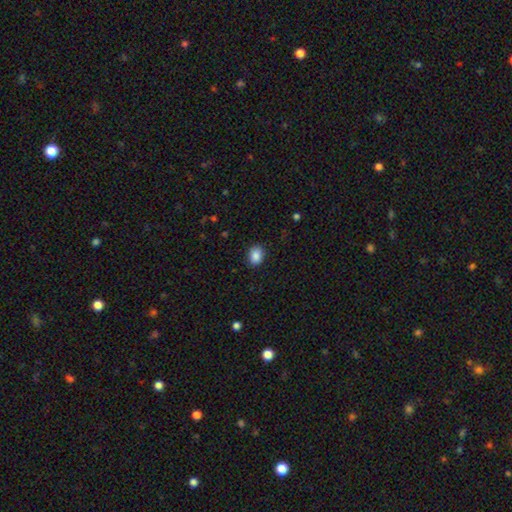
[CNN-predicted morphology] Smooth or featured?
  - smooth: 88% *
  - star or artifact: 8%
  - featured or disk: 4%
How rounded?
  - in between: 64% *
  - round: 35%
  - cigar-shaped: 1%
Merging?
  - none: 89% *
  - minor disturbance: 8%
  - major disturbance: 2%
  - merger: 1%